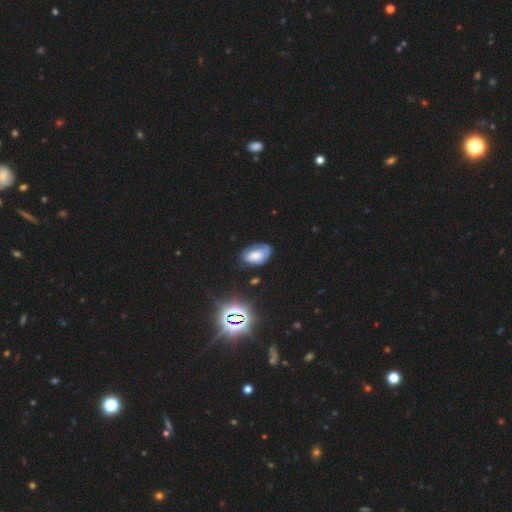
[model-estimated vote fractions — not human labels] Smooth or featured?
  - smooth: 50% *
  - featured or disk: 37%
  - star or artifact: 14%
Merging?
  - none: 51% *
  - minor disturbance: 31%
  - major disturbance: 15%
  - merger: 3%